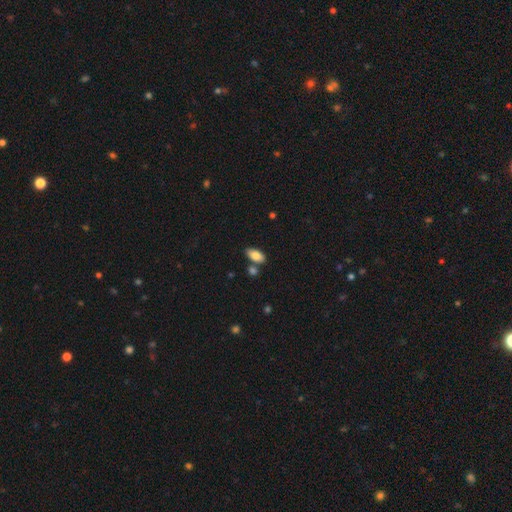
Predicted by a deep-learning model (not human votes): Smooth or featured? Predicted: smooth (p=0.82). How rounded? Predicted: in between (p=0.92). Merging? Predicted: none (p=0.73).